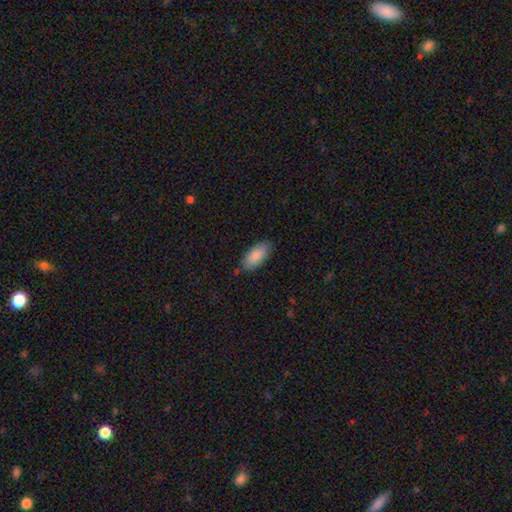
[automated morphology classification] Smooth or featured?
  - smooth: 87% *
  - featured or disk: 7%
  - star or artifact: 6%
How rounded?
  - in between: 91% *
  - cigar-shaped: 7%
  - round: 2%
Merging?
  - none: 83% *
  - minor disturbance: 13%
  - major disturbance: 3%
  - merger: 1%